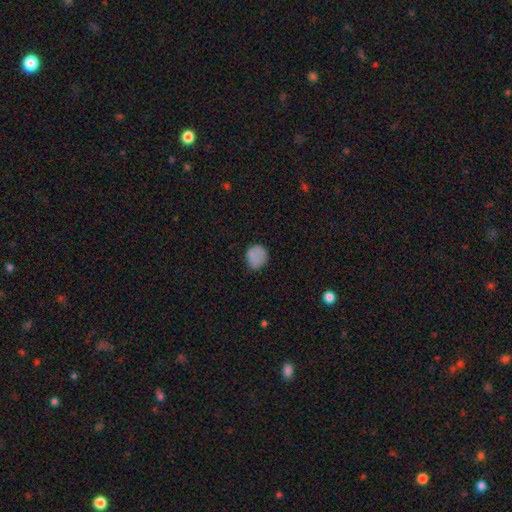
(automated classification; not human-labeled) Smooth or featured?
  - smooth: 82% *
  - star or artifact: 11%
  - featured or disk: 7%
How rounded?
  - round: 73% *
  - in between: 26%
  - cigar-shaped: 1%
Merging?
  - none: 70% *
  - minor disturbance: 23%
  - major disturbance: 6%
  - merger: 2%